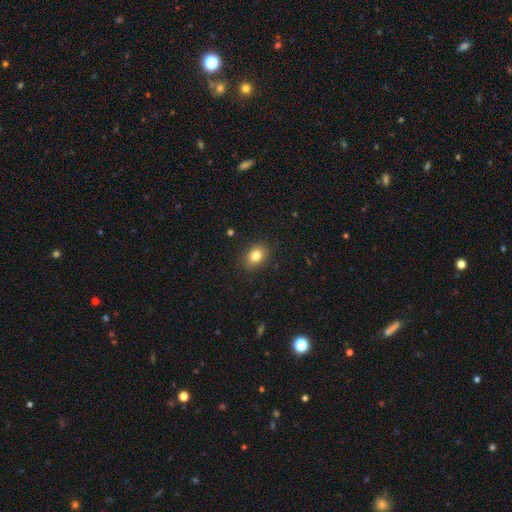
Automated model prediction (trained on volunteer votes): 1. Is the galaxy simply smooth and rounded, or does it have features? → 82% smooth, 10% star or artifact, 8% featured or disk.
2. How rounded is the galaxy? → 63% in between, 36% round, 1% cigar-shaped.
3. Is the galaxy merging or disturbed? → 87% none, 9% minor disturbance, 2% major disturbance, 1% merger.